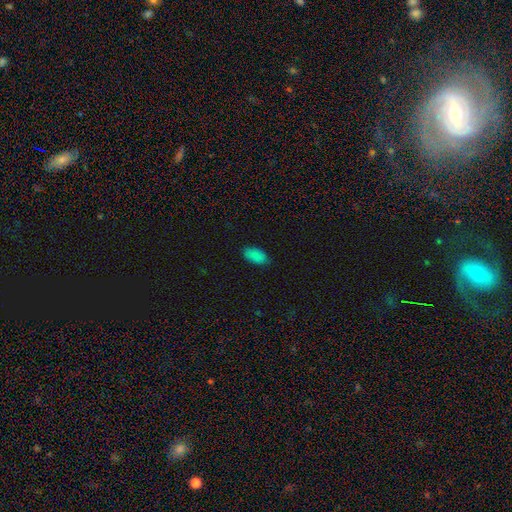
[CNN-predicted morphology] This appears to be a smooth galaxy with no disk features (87%) that is in between round and cigar-shaped (94%). Merging: none (83%).